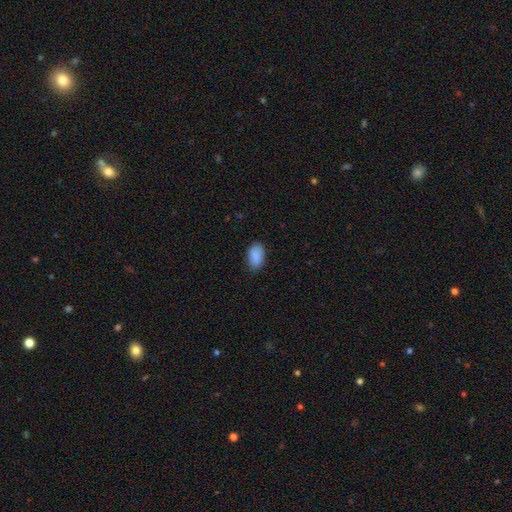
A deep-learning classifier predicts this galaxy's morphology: Q: Smooth or featured?
A: smooth (89%); runner-up: star or artifact (7%)
Q: How rounded?
A: in between (93%); runner-up: round (5%)
Q: Merging?
A: none (83%); runner-up: minor disturbance (14%)